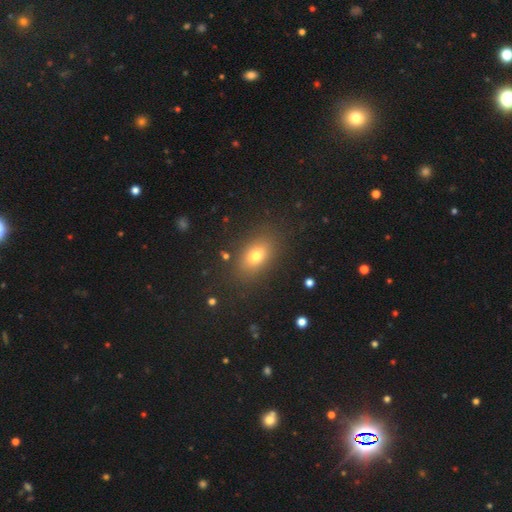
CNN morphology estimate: type=smooth (74%); roundness=in between (80%); merging=none (84%).